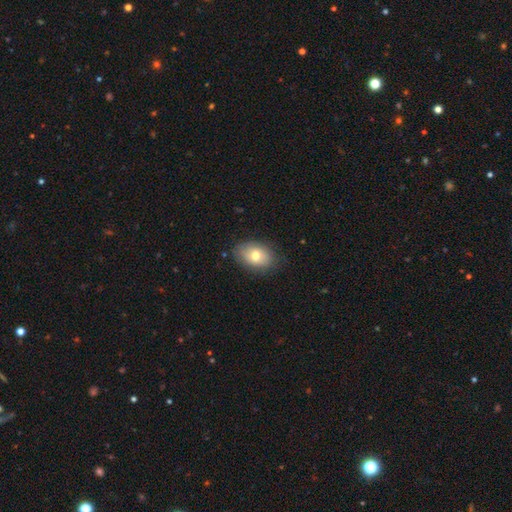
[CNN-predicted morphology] Smooth or featured? smooth (72%)
How rounded? in between (84%)
Merging? none (80%)